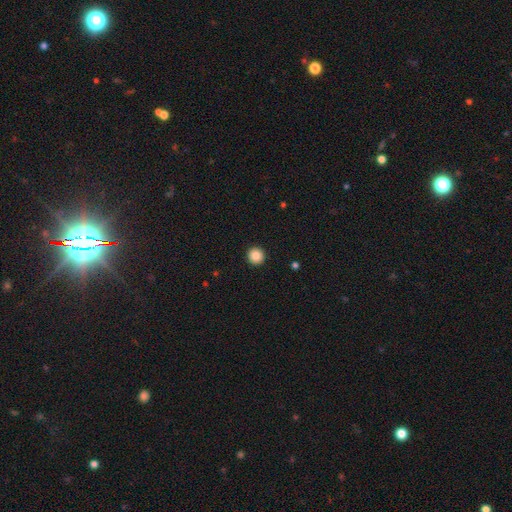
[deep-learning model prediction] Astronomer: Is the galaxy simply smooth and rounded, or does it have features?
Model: smooth — 87%.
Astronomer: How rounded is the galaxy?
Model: round — 95%.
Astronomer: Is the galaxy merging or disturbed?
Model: none — 94%.